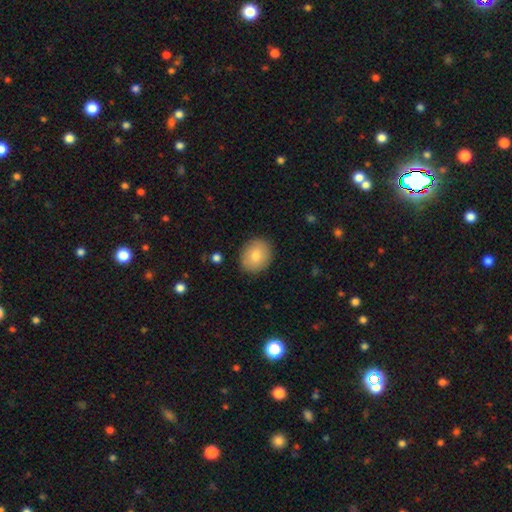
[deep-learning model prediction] smooth 78%, featured or disk 13%, star or artifact 8%. Down the decision tree: how rounded — round (59%); merging — none (89%).